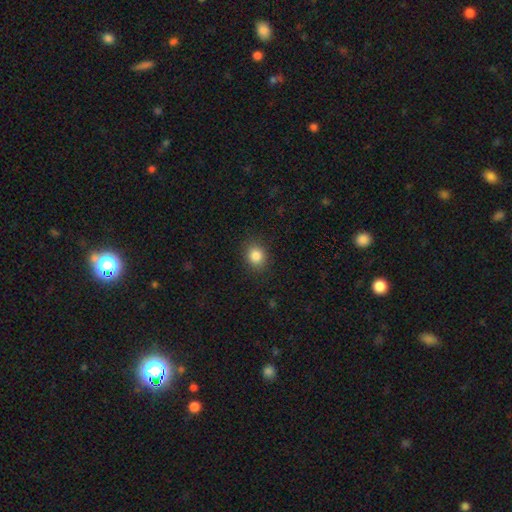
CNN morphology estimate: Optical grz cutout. It shows a smooth galaxy with no disk features (85%) that is round (67%). Merging: none (87%).